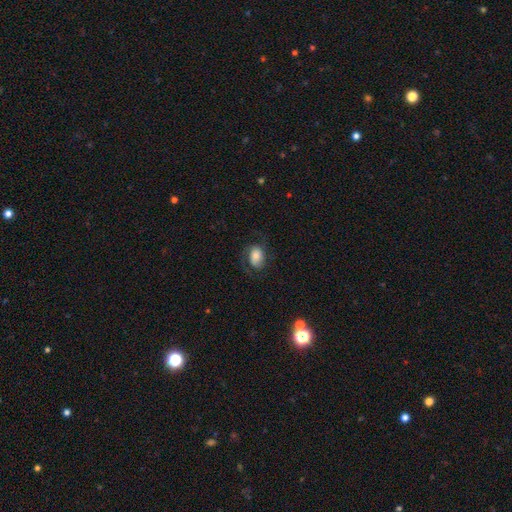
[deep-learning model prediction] Smooth or featured: smooth — 51% (featured or disk — 40%)
How rounded: in between — 76% (round — 23%)
Merging: none — 64% (minor disturbance — 19%)